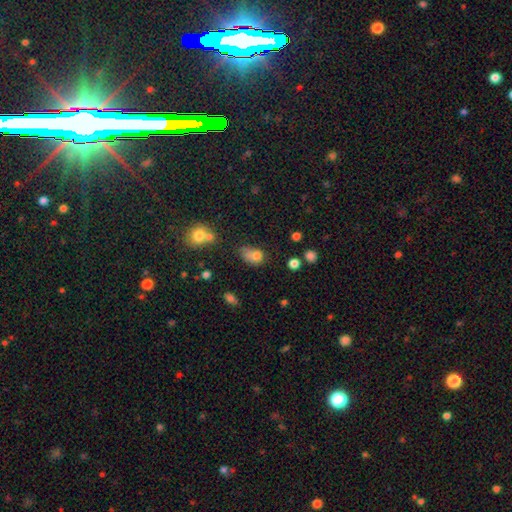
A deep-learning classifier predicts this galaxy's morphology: Smooth or featured?
  - smooth: 75% *
  - star or artifact: 14%
  - featured or disk: 11%
How rounded?
  - in between: 61% *
  - round: 37%
  - cigar-shaped: 2%
Merging?
  - none: 32% *
  - minor disturbance: 28%
  - merger: 22%
  - major disturbance: 18%